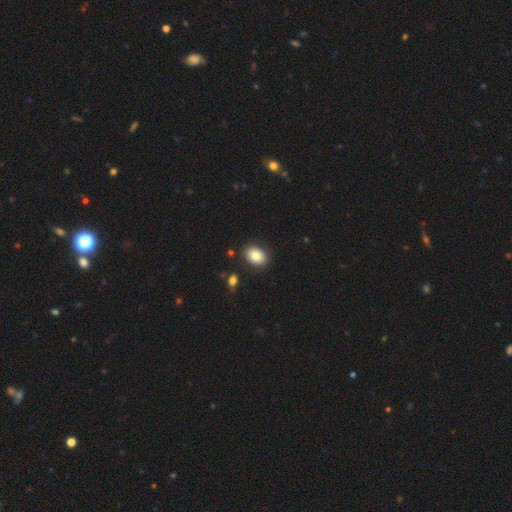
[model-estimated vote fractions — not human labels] Q: Smooth or featured?
A: smooth (83%); runner-up: featured or disk (9%)
Q: How rounded?
A: in between (74%); runner-up: round (25%)
Q: Merging?
A: none (87%); runner-up: minor disturbance (8%)